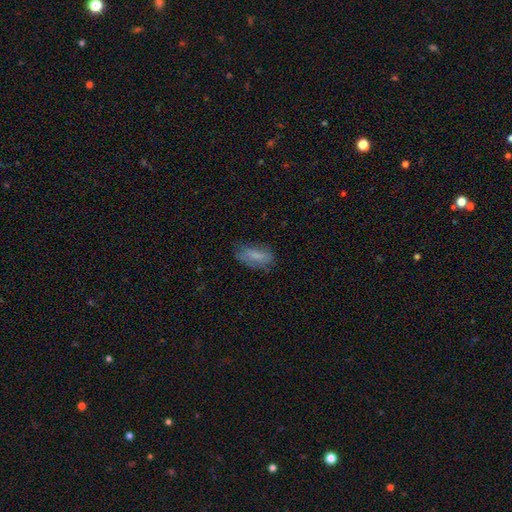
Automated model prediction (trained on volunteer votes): Morphology: type=smooth (73%); roundness=in between (82%); merging=none (58%).